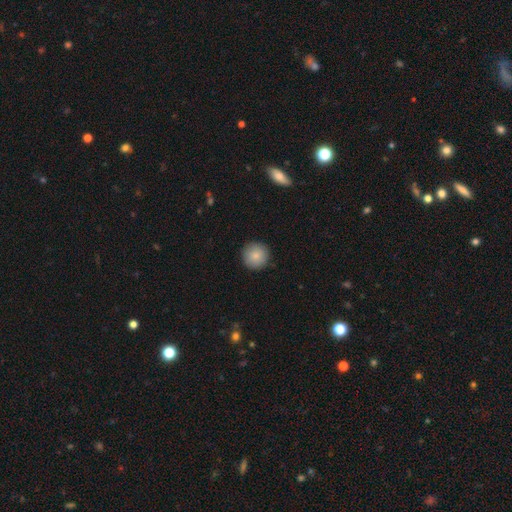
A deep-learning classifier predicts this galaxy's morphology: Smooth or featured? smooth (86%)
How rounded? round (95%)
Merging? none (91%)